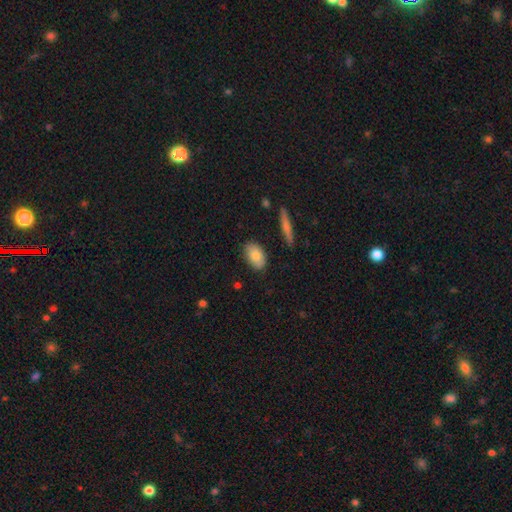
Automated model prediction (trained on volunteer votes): This is clearly a smooth galaxy (82%). How rounded: clearly in between (91%). Merging: clearly none (84%).